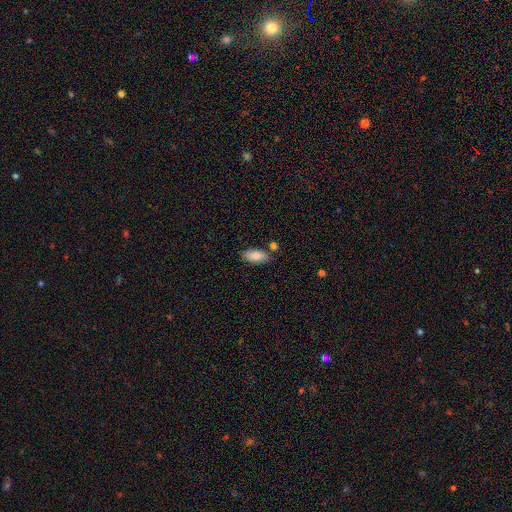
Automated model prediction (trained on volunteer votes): smooth_or_featured: smooth (p=0.85) [alt: featured or disk p=0.09]
how_rounded: in between (p=0.88) [alt: cigar-shaped p=0.09]
merging: none (p=0.74) [alt: minor disturbance p=0.15]